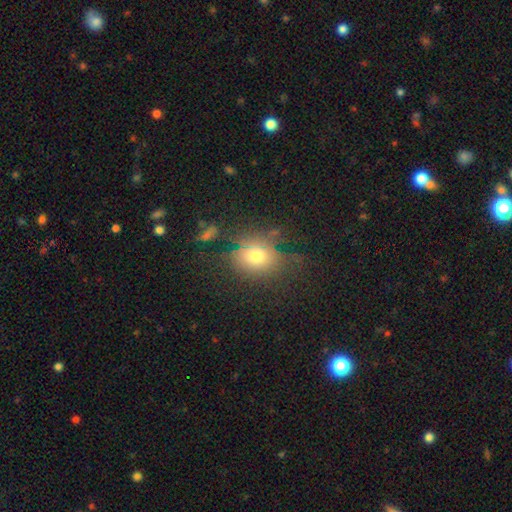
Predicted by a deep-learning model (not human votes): A smooth galaxy with no disk features (71%) that is round (59%).

Vote fractions:
- Smooth or featured? smooth: 71% / star or artifact: 15% / featured or disk: 14%
- How rounded? round: 59% / in between: 39% / cigar-shaped: 2%
- Merging? none: 64% / minor disturbance: 20% / major disturbance: 12% / merger: 4%